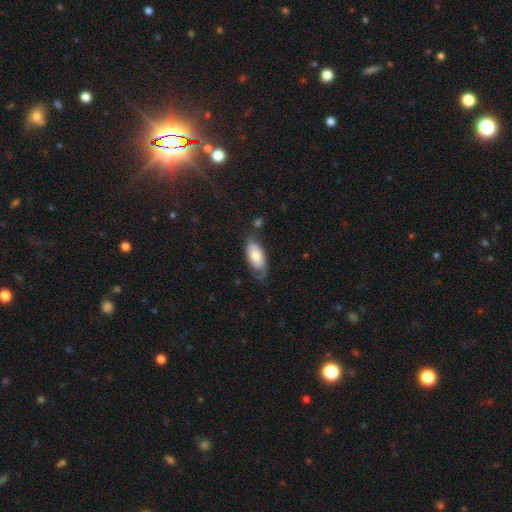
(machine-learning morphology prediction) Smooth or featured? Predicted: smooth (p=0.67). How rounded? Predicted: in between (p=0.88). Merging? Predicted: none (p=0.57).